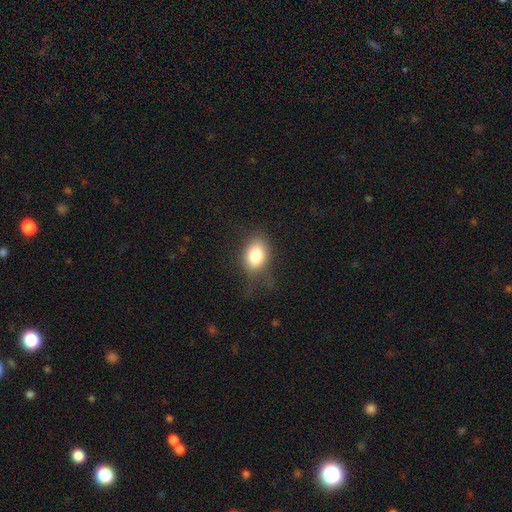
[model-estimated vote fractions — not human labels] This appears to be a smooth galaxy with no disk features (80%) that is in between round and cigar-shaped (73%). Merging: none (63%).